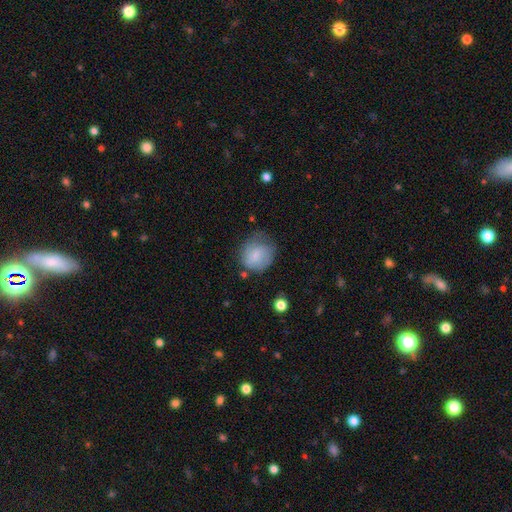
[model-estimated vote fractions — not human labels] This appears to be a smooth galaxy with no disk features (73%) that is round (75%). Merging: none (50%).